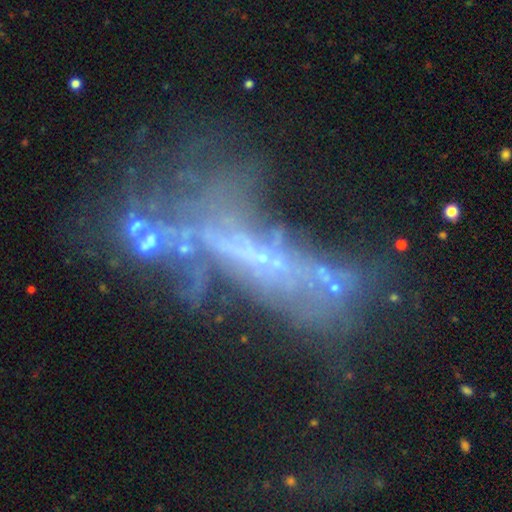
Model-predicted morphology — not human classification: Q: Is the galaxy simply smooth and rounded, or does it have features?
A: featured or disk — 58%.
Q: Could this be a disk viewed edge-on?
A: no — 71%.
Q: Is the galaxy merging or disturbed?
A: major disturbance — 39%.